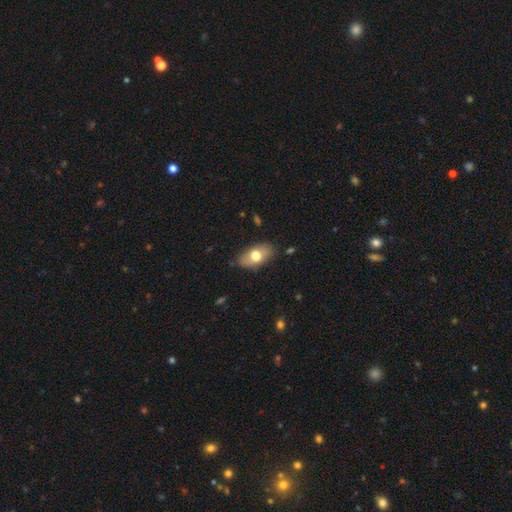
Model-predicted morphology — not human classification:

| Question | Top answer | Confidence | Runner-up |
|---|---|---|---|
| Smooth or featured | smooth | 68% | featured or disk (25%) |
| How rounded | in between | 89% | round (7%) |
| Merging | none | 82% | minor disturbance (13%) |